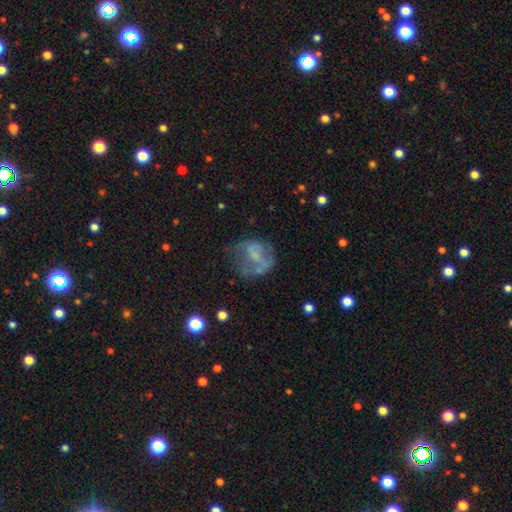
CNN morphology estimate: The model was most divided on "merging": none: 36%, major disturbance: 35%, minor disturbance: 24%, merger: 5%. Remaining: smooth or featured — featured or disk (48%).